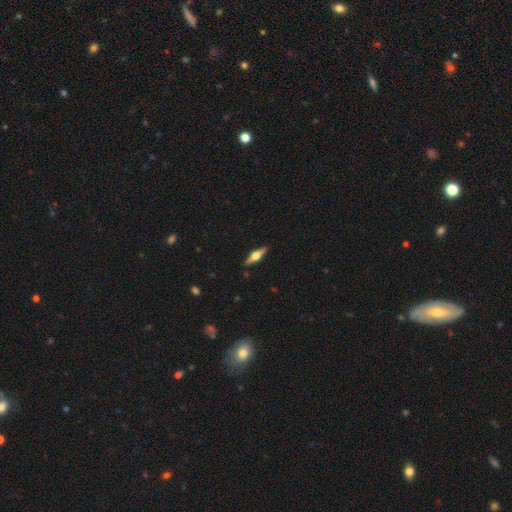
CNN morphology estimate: A featured or disk galaxy (70%) viewed edge-on (97%) with a rounded central bulge (93%). Merging: none (90%).